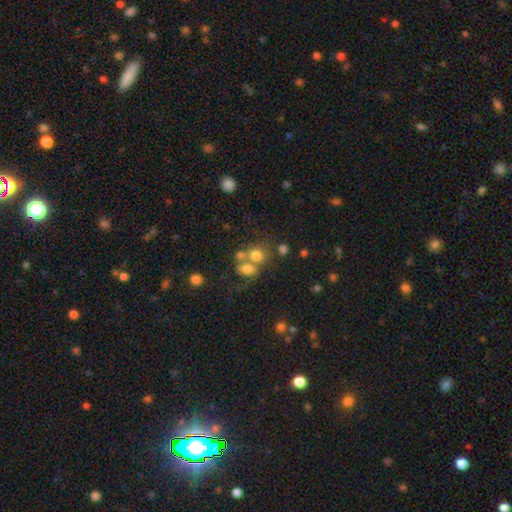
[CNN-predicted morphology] A smooth galaxy with no disk features (69%) that is round (59%).

Vote fractions:
- Smooth or featured? smooth: 69% / star or artifact: 15% / featured or disk: 15%
- How rounded? round: 59% / in between: 39% / cigar-shaped: 1%
- Merging? merger: 49% / none: 35% / minor disturbance: 10% / major disturbance: 7%